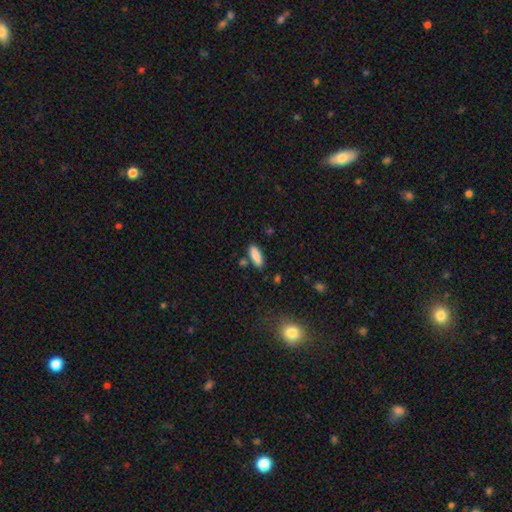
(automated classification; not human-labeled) smooth-or-featured: smooth: 88% | star or artifact: 7% | featured or disk: 5%
  how-rounded: in between: 64% | cigar-shaped: 34% | round: 2%
  merging: none: 81% | minor disturbance: 11% | merger: 5% | major disturbance: 3%